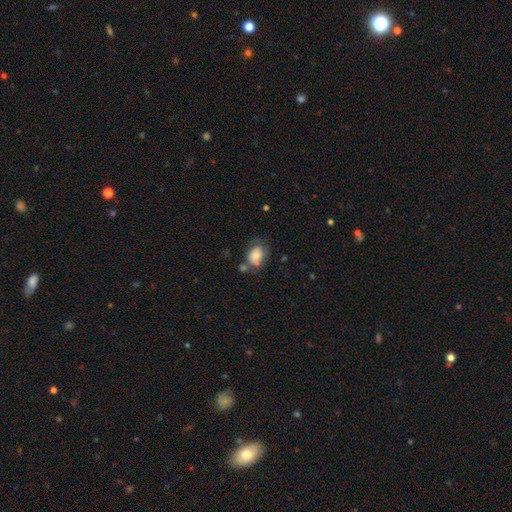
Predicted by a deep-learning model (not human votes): Morphology: type=smooth (71%); roundness=in between (72%); merging=none (45%).